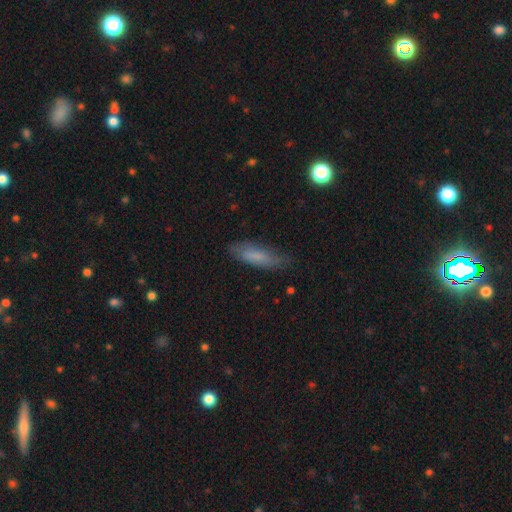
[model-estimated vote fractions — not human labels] This appears to be a smooth galaxy with no disk features (73%) that is cigar-shaped (57%). Merging: none (73%).